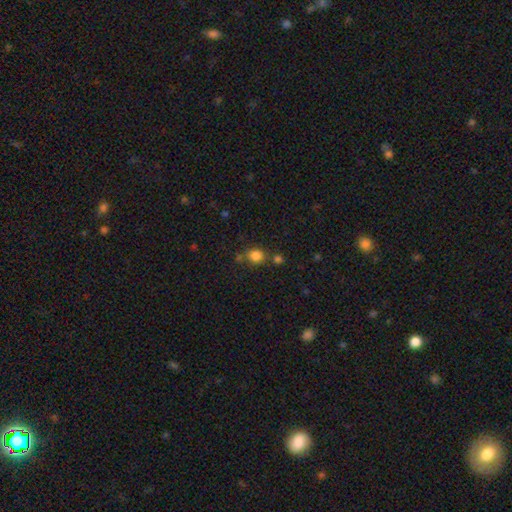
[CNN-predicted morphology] Smooth or featured? Predicted: smooth (p=0.82). How rounded? Predicted: round (p=0.71). Merging? Predicted: none (p=0.71).